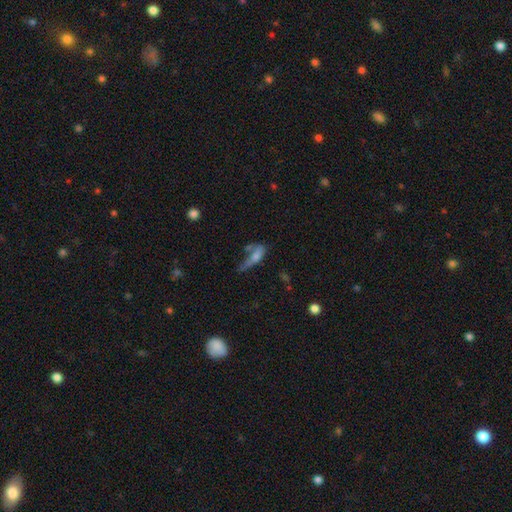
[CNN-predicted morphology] The model was most divided on "merging": major disturbance: 37%, merger: 24%, none: 21%, minor disturbance: 18%. More confident: how rounded — in between (58%); smooth or featured — smooth (55%).